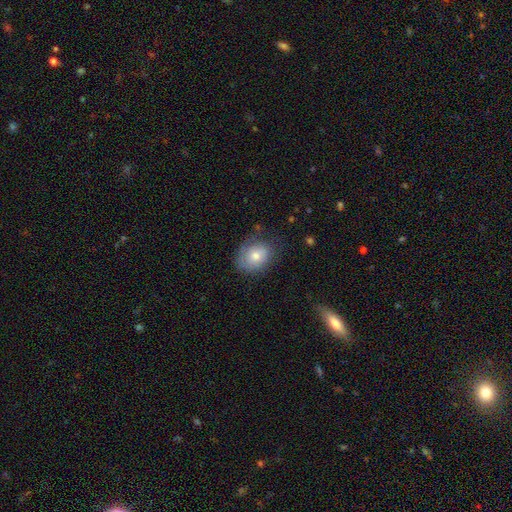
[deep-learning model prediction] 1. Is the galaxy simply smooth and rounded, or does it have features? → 70% smooth, 21% featured or disk, 9% star or artifact.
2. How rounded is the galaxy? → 63% in between, 36% round, 1% cigar-shaped.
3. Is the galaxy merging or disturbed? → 68% none, 23% minor disturbance, 7% major disturbance, 2% merger.